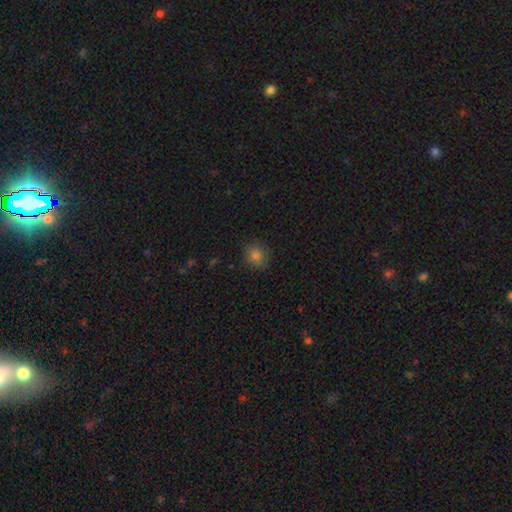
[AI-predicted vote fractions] Smooth or featured?
  - smooth: 82% *
  - star or artifact: 13%
  - featured or disk: 5%
How rounded?
  - round: 87% *
  - in between: 12%
  - cigar-shaped: 1%
Merging?
  - none: 87% *
  - minor disturbance: 9%
  - major disturbance: 2%
  - merger: 1%